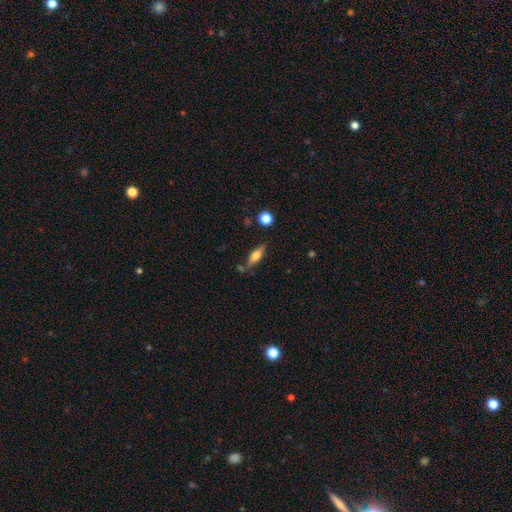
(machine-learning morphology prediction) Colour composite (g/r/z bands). It shows a featured or disk galaxy (47%). Merging: none (73%).